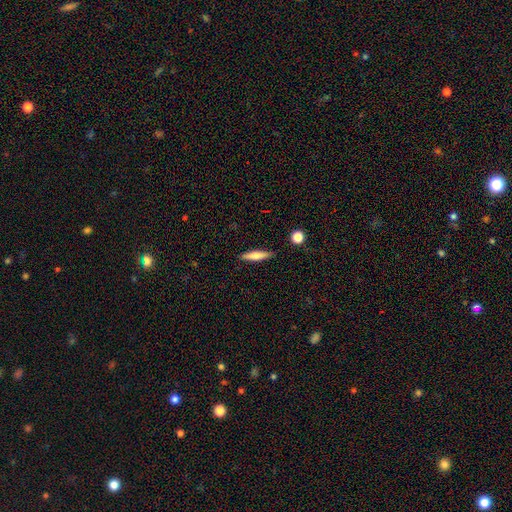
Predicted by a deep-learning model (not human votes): smooth_or_featured: smooth (p=0.65) [alt: featured or disk p=0.28]
how_rounded: cigar-shaped (p=0.83) [alt: in between p=0.15]
merging: none (p=0.87) [alt: minor disturbance p=0.09]